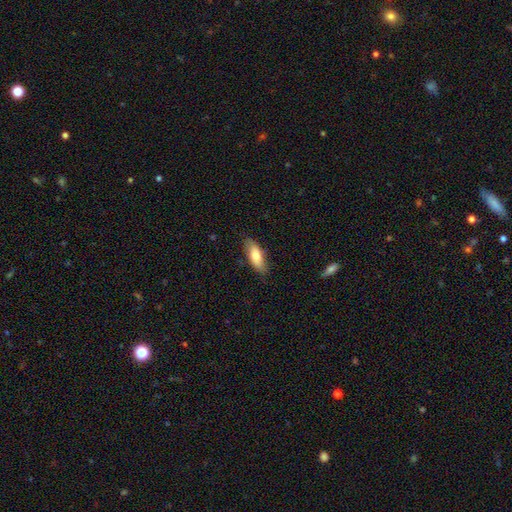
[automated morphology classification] Smooth or featured: smooth — 75% (featured or disk — 19%)
How rounded: in between — 71% (cigar-shaped — 27%)
Merging: none — 83% (minor disturbance — 14%)